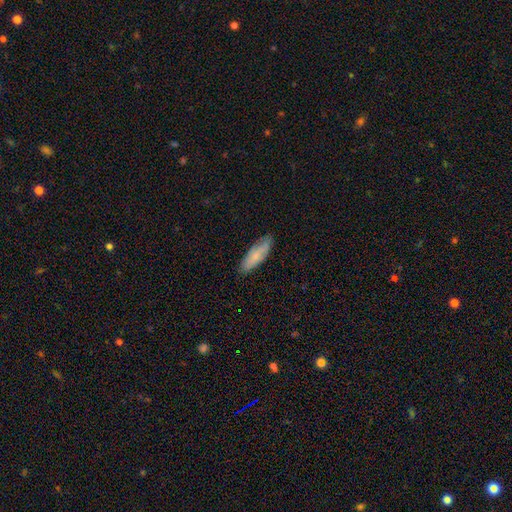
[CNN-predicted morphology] Q: Smooth or featured?
A: smooth (75%); runner-up: featured or disk (19%)
Q: How rounded?
A: in between (50%); runner-up: cigar-shaped (49%)
Q: Merging?
A: none (83%); runner-up: minor disturbance (14%)